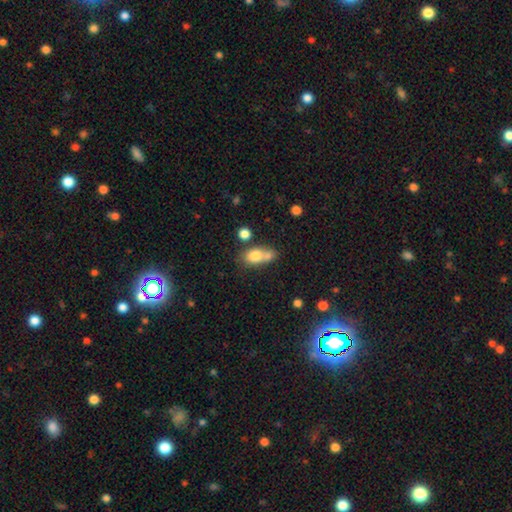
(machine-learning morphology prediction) A smooth galaxy with no disk features (76%) that is in between round and cigar-shaped (66%).

Vote fractions:
- Smooth or featured? smooth: 76% / featured or disk: 15% / star or artifact: 10%
- How rounded? in between: 66% / round: 30% / cigar-shaped: 4%
- Merging? merger: 48% / none: 34% / minor disturbance: 12% / major disturbance: 6%